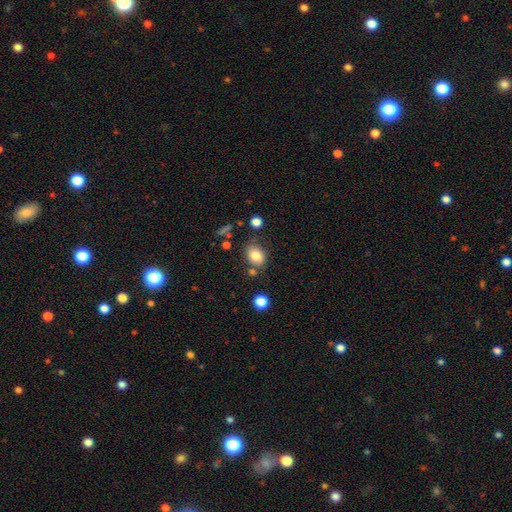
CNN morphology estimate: Smooth or featured? smooth (81%)
How rounded? in between (57%)
Merging? none (71%)